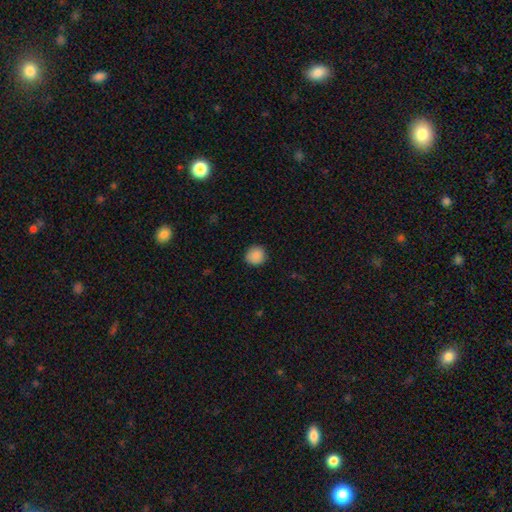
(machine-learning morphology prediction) This is clearly a smooth galaxy (89%). How rounded: clearly round (88%). Merging: clearly none (86%).